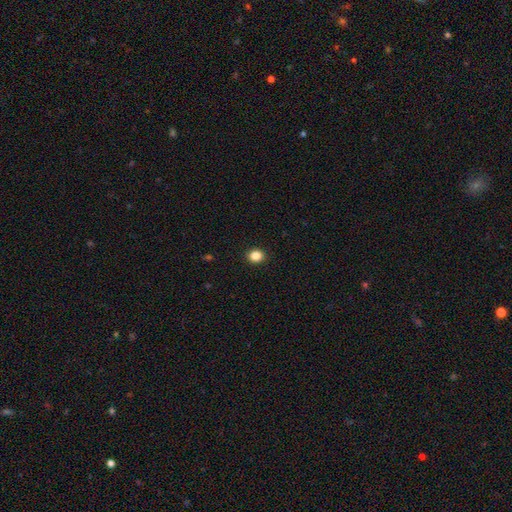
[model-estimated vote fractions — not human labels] smooth_or_featured: smooth (p=0.85) [alt: star or artifact p=0.11]
how_rounded: round (p=0.69) [alt: in between p=0.30]
merging: none (p=0.92) [alt: minor disturbance p=0.05]